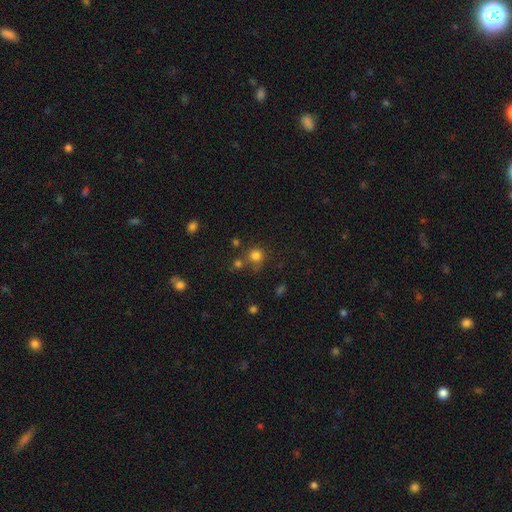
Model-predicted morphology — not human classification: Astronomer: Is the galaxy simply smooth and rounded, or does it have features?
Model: smooth — 79%.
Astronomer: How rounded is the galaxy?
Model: round — 88%.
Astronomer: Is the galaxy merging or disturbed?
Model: none — 63%.